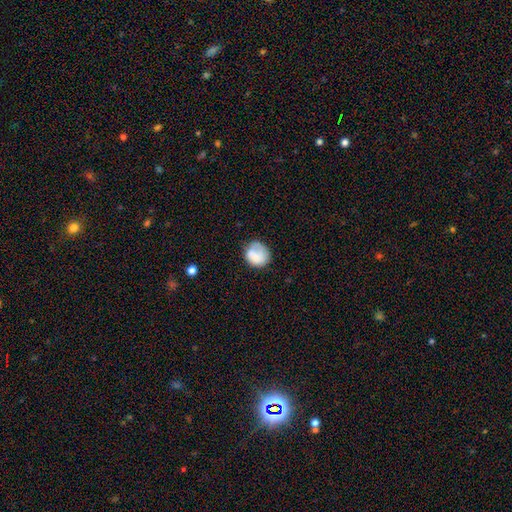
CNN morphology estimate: Smooth or featured?
  - smooth: 77% *
  - featured or disk: 15%
  - star or artifact: 8%
How rounded?
  - round: 77% *
  - in between: 22%
  - cigar-shaped: 1%
Merging?
  - none: 59% *
  - minor disturbance: 25%
  - major disturbance: 12%
  - merger: 3%